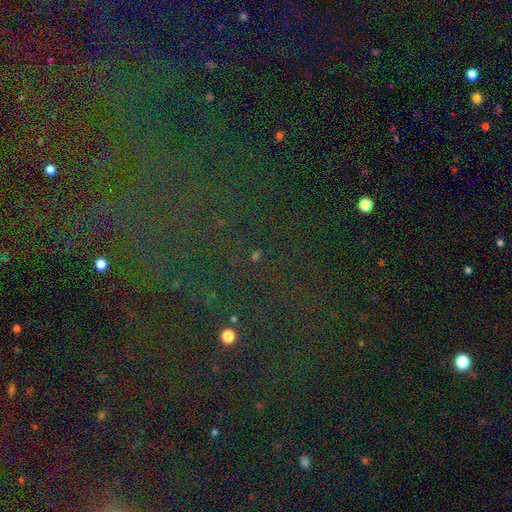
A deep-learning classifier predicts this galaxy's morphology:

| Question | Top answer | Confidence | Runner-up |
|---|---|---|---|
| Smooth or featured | star or artifact | 80% | smooth (12%) |